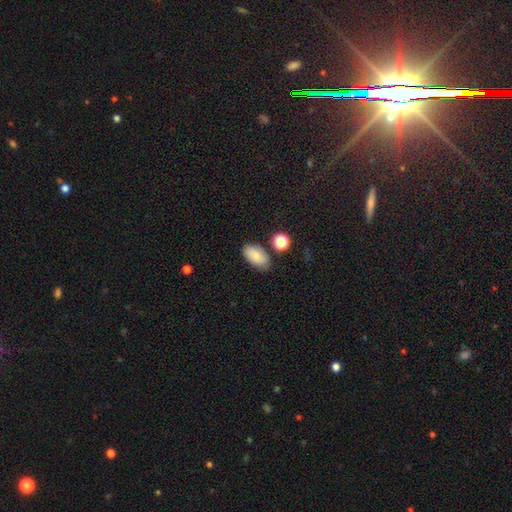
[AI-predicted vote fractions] This appears to be a smooth galaxy with no disk features (83%) that is in between round and cigar-shaped (93%). Merging: none (77%).